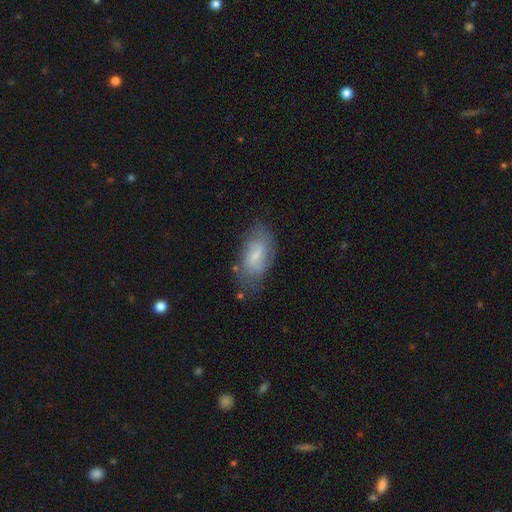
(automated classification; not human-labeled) Overall: featured or disk (51%; smooth 42%). Edge-on disk: no (93%). Merging: none (66%).